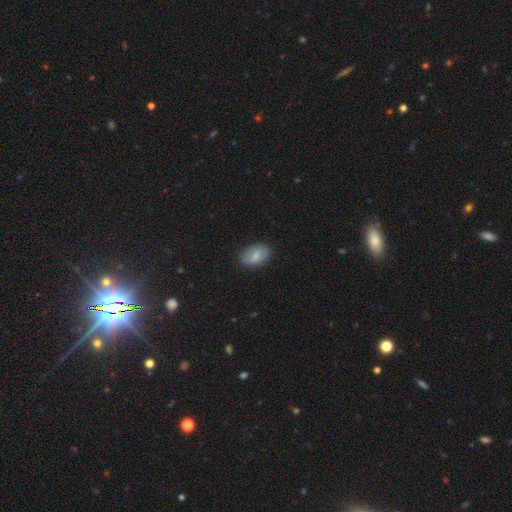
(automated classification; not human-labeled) smooth-or-featured: smooth: 73% | featured or disk: 20% | star or artifact: 7%
  how-rounded: in between: 87% | round: 12% | cigar-shaped: 1%
  merging: none: 81% | minor disturbance: 15% | major disturbance: 3% | merger: 1%